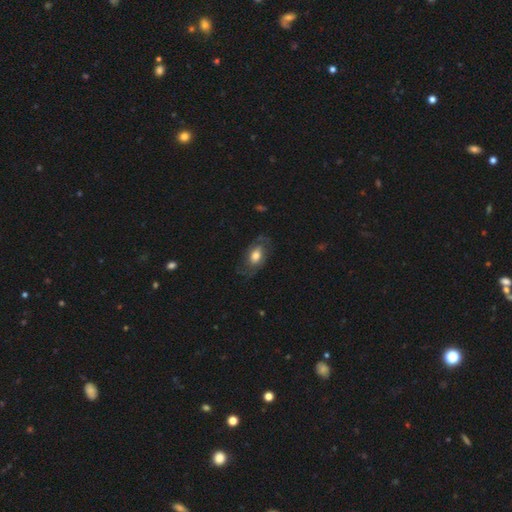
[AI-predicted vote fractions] This appears to be a featured or disk galaxy (60%) with no bar (66%), spiral arms (84%) and a moderate central bulge (50%). Merging: none (67%).